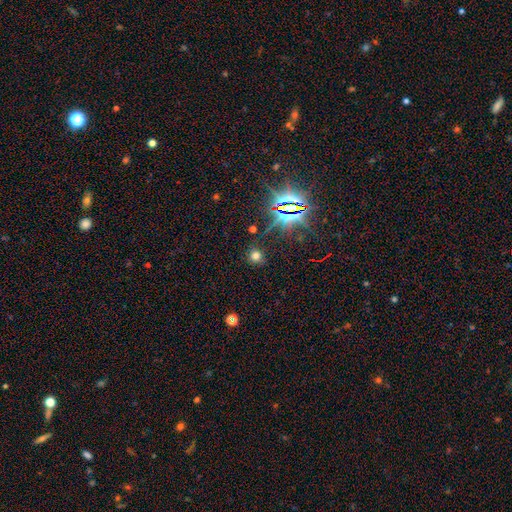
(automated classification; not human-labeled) A smooth galaxy with no disk features (63%) that is round (86%).

Vote fractions:
- Smooth or featured? smooth: 63% / star or artifact: 30% / featured or disk: 7%
- How rounded? round: 86% / in between: 13% / cigar-shaped: 1%
- Merging? none: 84% / minor disturbance: 10% / major disturbance: 4% / merger: 3%